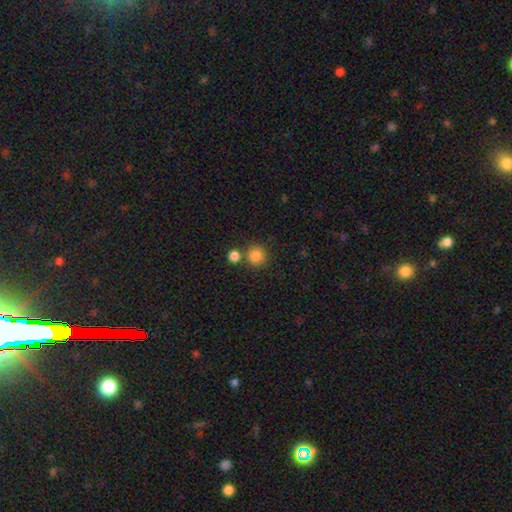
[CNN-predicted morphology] This is clearly a smooth galaxy (84%). How rounded: clearly round (92%). Merging: likely none (73%).